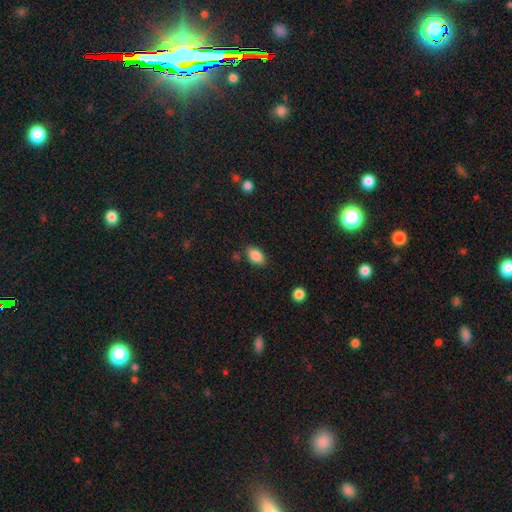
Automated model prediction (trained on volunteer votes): smooth 87%, star or artifact 8%, featured or disk 5%. Down the decision tree: how rounded — in between (88%); merging — none (80%).